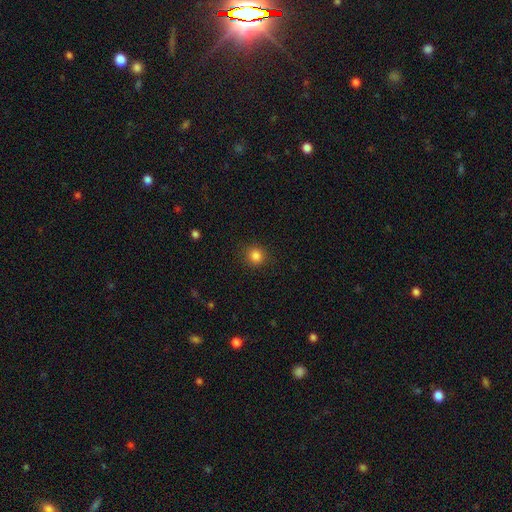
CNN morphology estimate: A smooth galaxy with no disk features (84%) that is round (89%). Merging: none (89%).